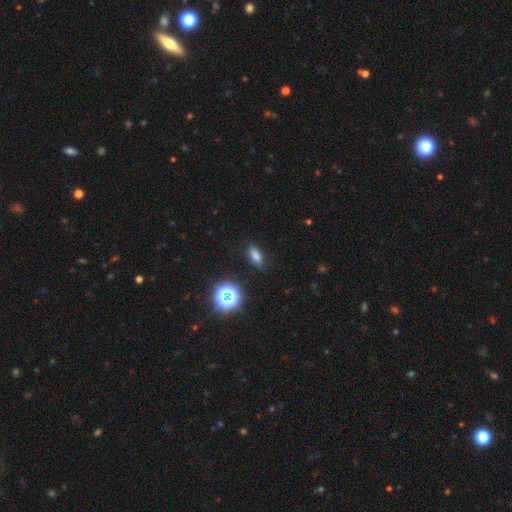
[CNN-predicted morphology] A smooth galaxy with no disk features (74%) that is in between round and cigar-shaped (80%).

Vote fractions:
- Smooth or featured? smooth: 74% / star or artifact: 19% / featured or disk: 7%
- How rounded? in between: 80% / cigar-shaped: 12% / round: 8%
- Merging? none: 85% / minor disturbance: 10% / major disturbance: 3% / merger: 2%